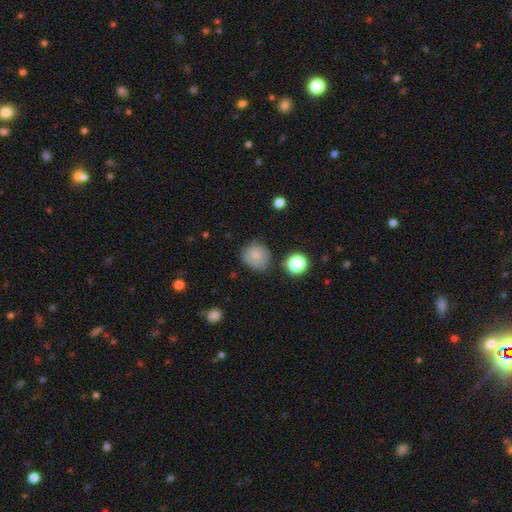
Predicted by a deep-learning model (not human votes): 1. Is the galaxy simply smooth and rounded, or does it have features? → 64% smooth, 24% featured or disk, 12% star or artifact.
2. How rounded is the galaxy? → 77% round, 22% in between, 1% cigar-shaped.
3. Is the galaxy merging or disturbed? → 66% none, 24% minor disturbance, 7% major disturbance, 3% merger.